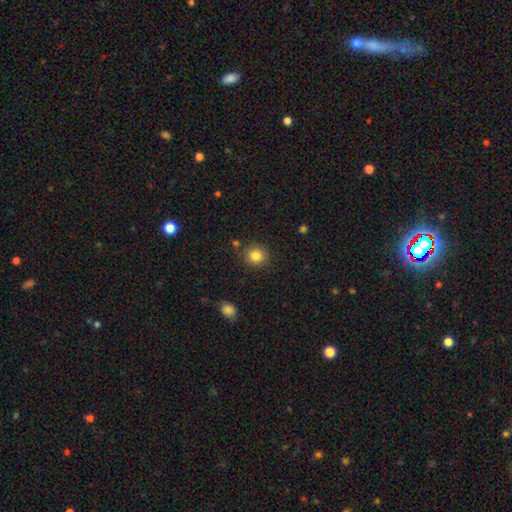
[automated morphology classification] This appears to be a smooth galaxy with no disk features (84%) that is round (88%). Merging: none (85%).